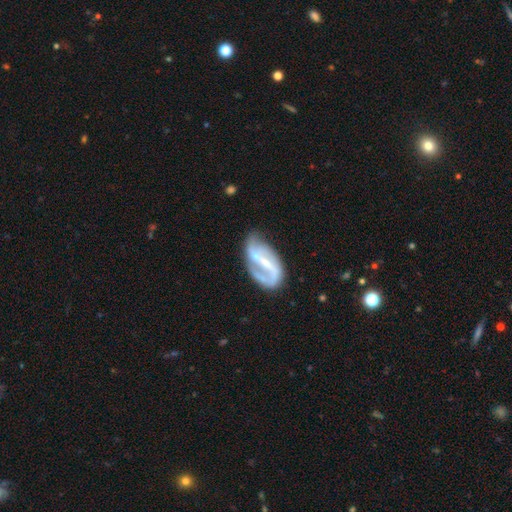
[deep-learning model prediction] A featured or disk galaxy (78%) with a strong bar (48%), 2 (63%) medium (41%) spiral arms (84%) and a small central bulge (55%). Merging: none (45%).